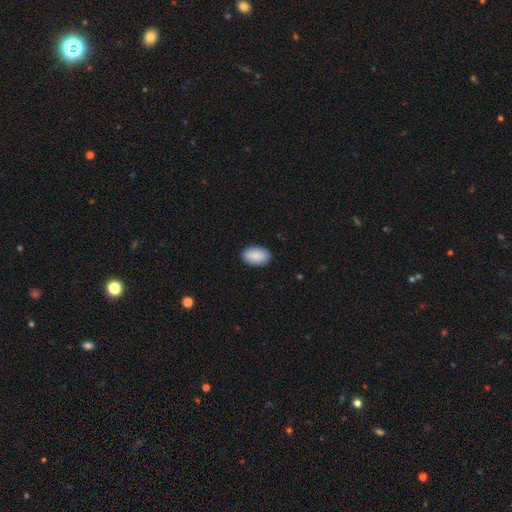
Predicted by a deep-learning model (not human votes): The model was most divided on "merging": none: 88%, minor disturbance: 9%, major disturbance: 2%, merger: 1%. More confident: how rounded — in between (93%); smooth or featured — smooth (89%).